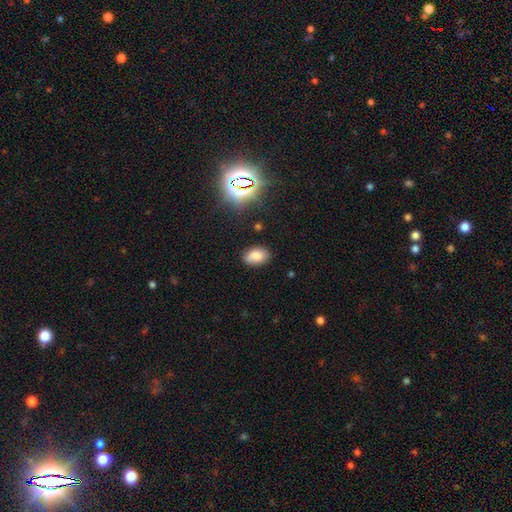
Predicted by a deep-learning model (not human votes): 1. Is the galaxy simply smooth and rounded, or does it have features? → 79% smooth, 13% star or artifact, 8% featured or disk.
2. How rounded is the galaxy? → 88% in between, 11% round, 1% cigar-shaped.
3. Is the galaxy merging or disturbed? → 82% none, 13% minor disturbance, 3% major disturbance, 2% merger.